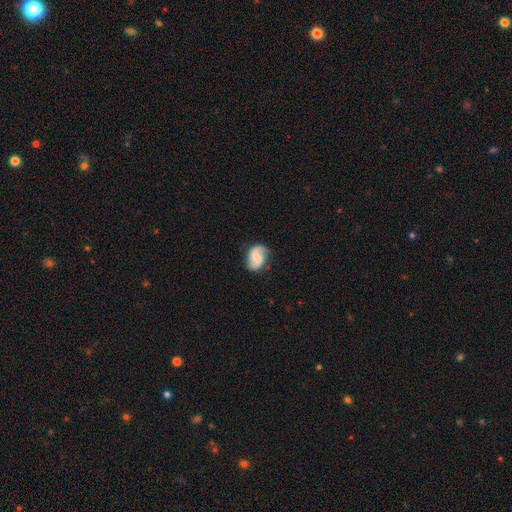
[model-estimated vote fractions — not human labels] A featured or disk galaxy (74%) with no bar (46%), 2 (91%) medium (43%) spiral arms (95%) and a small central bulge (42%). Merging: none (79%).